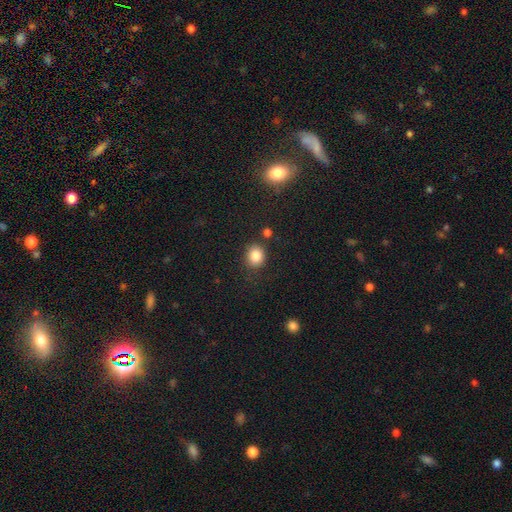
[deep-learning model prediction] This appears to be a smooth galaxy with no disk features (84%) that is round (74%). Merging: none (80%).